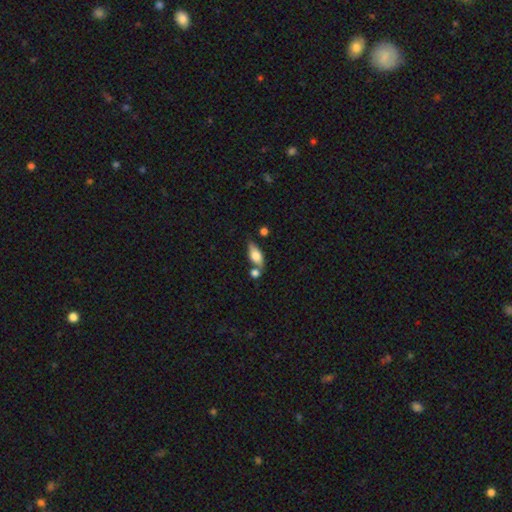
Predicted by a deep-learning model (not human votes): Overall: smooth (65%; featured or disk 28%). How rounded: in between (77%). Merging: none (62%).